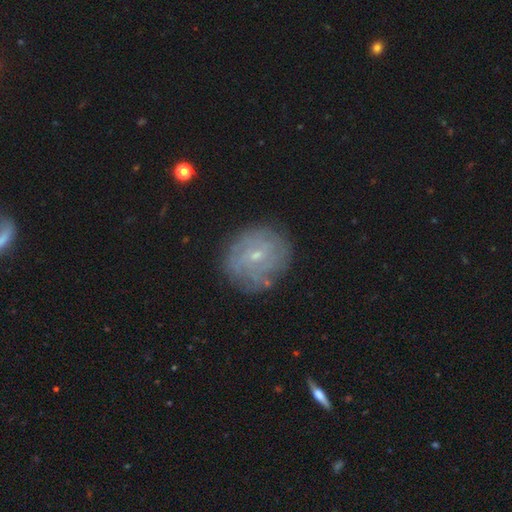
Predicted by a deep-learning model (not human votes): This is likely a featured or disk galaxy (64%). It is clearly not viewed edge-on (97%). Bar: possibly no (49%). Spiral arm pattern: likely yes (76%). Central bulge: likely small (78%). Merging: clearly none (80%).